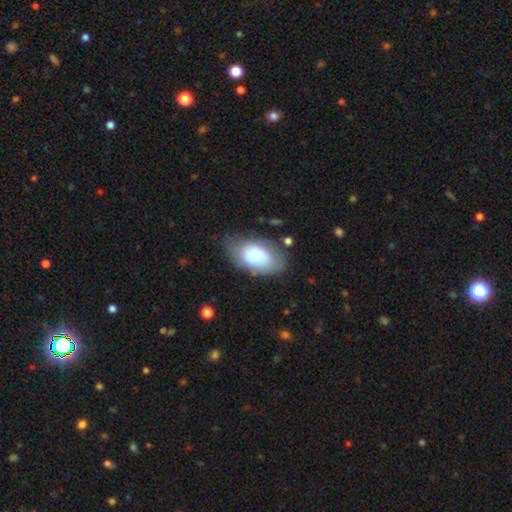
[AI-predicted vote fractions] Q: Smooth or featured?
A: smooth (71%); runner-up: featured or disk (22%)
Q: How rounded?
A: in between (92%); runner-up: round (6%)
Q: Merging?
A: none (53%); runner-up: minor disturbance (29%)